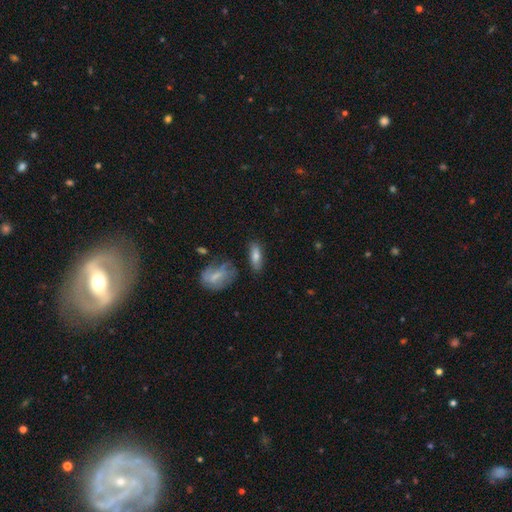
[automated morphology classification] This appears to be a smooth galaxy with no disk features (72%) that is in between round and cigar-shaped (64%). Merging: none (71%).